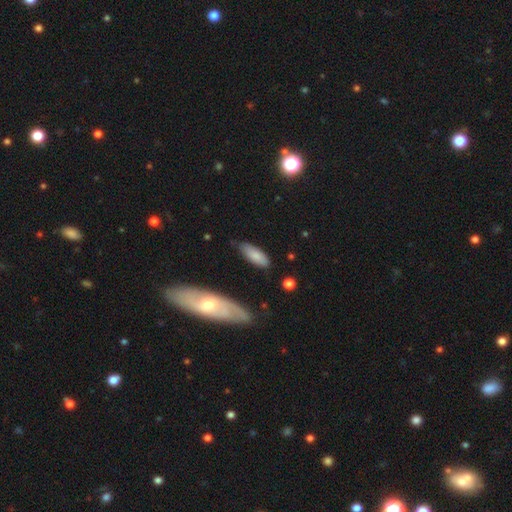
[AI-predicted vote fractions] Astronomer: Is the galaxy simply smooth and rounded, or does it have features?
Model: smooth — 78%.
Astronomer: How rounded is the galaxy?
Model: in between — 72%.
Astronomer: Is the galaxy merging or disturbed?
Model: none — 74%.